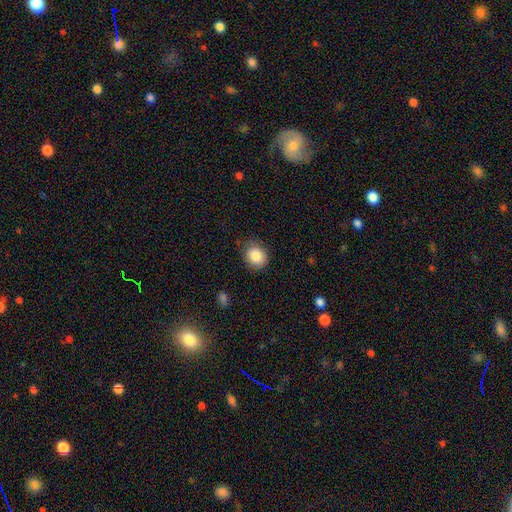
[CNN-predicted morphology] A smooth galaxy with no disk features (85%) that is round (68%). Merging: none (79%).